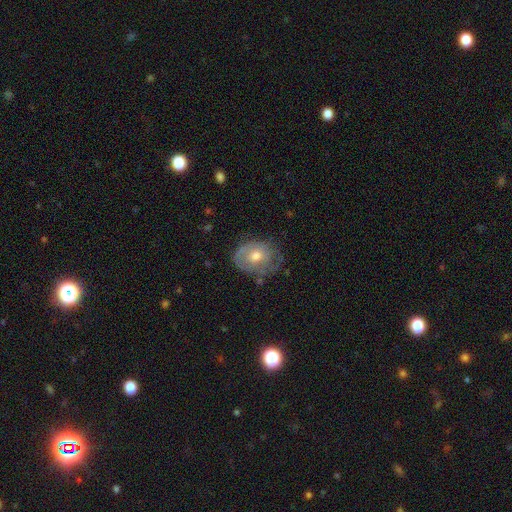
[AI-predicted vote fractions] A featured or disk galaxy (51%). Merging: none (57%).